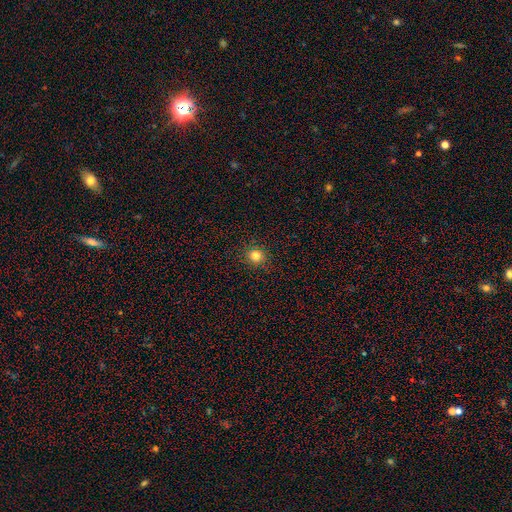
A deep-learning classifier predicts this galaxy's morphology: smooth-or-featured: smooth: 81% | star or artifact: 14% | featured or disk: 5%
  how-rounded: round: 89% | in between: 10% | cigar-shaped: 1%
  merging: none: 91% | minor disturbance: 6% | major disturbance: 2% | merger: 1%